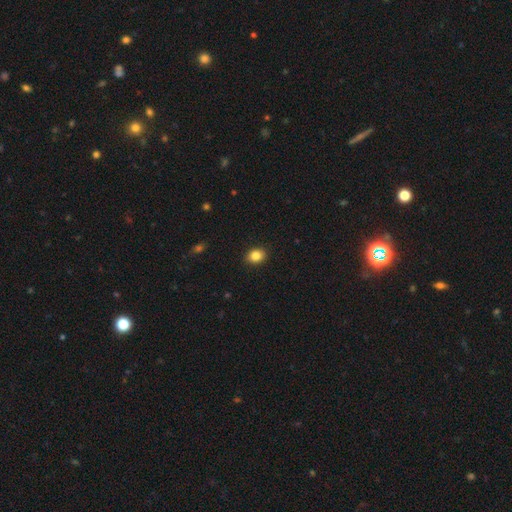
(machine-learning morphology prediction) A smooth galaxy with no disk features (85%) that is in between round and cigar-shaped (53%). Merging: none (90%).